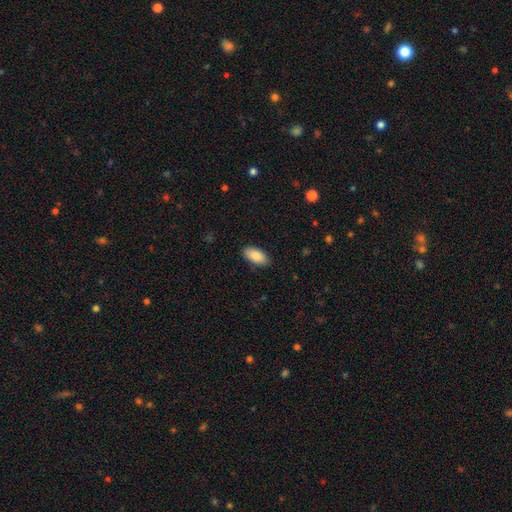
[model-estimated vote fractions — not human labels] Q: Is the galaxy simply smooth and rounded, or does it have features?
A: smooth — 86%.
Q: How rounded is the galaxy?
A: in between — 93%.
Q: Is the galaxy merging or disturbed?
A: none — 87%.